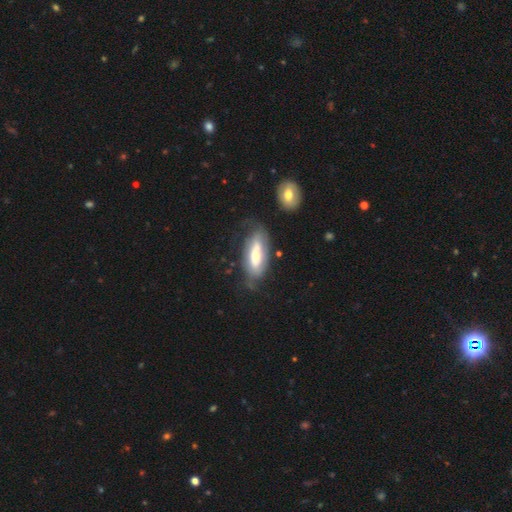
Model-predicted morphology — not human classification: smooth-or-featured: featured or disk: 53% | smooth: 41% | star or artifact: 6%
  disk-edge-on: no: 79% | yes: 21%
  merging: none: 56% | minor disturbance: 24% | major disturbance: 14% | merger: 6%